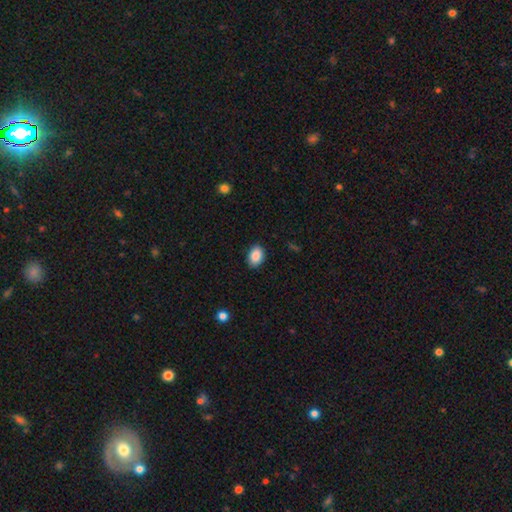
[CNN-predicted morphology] A smooth galaxy with no disk features (89%) that is in between round and cigar-shaped (81%). Merging: none (88%).